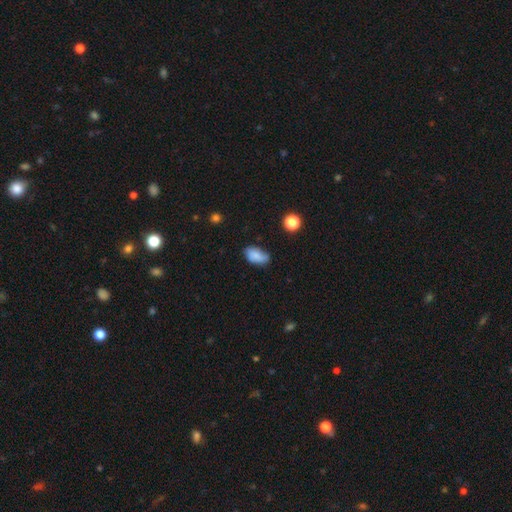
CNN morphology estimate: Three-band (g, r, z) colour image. It shows a smooth galaxy with no disk features (80%) that is in between round and cigar-shaped (92%). Merging: none (63%).